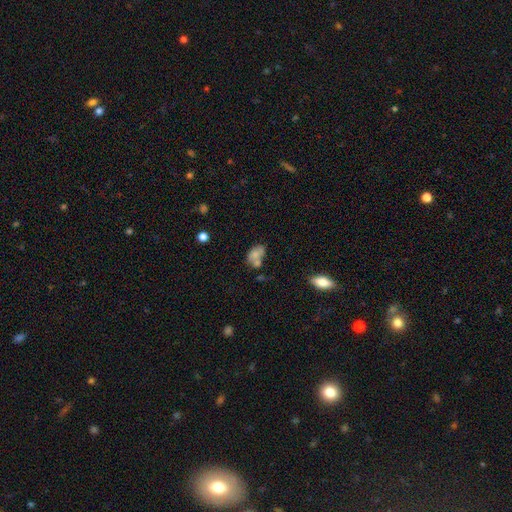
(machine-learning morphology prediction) smooth 68%, featured or disk 22%, star or artifact 10%. Down the decision tree: how rounded — in between (83%); merging — merger (39%).